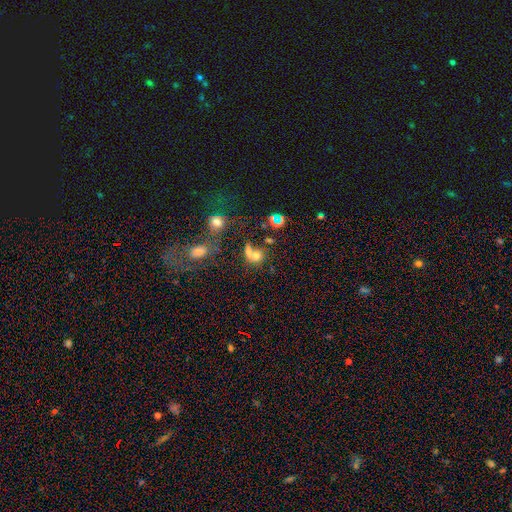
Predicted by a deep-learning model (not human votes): smooth_or_featured: smooth (p=0.64) [alt: star or artifact p=0.20]
how_rounded: round (p=0.69) [alt: in between p=0.30]
merging: merger (p=0.50) [alt: none p=0.34]